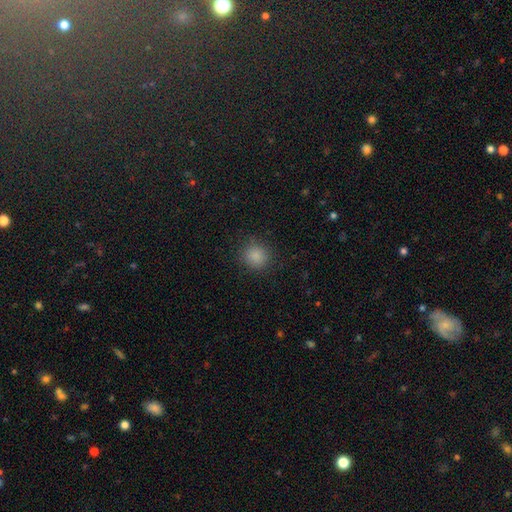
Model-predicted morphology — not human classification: smooth 86%, star or artifact 11%, featured or disk 3%. Down the decision tree: how rounded — round (87%); merging — none (87%).